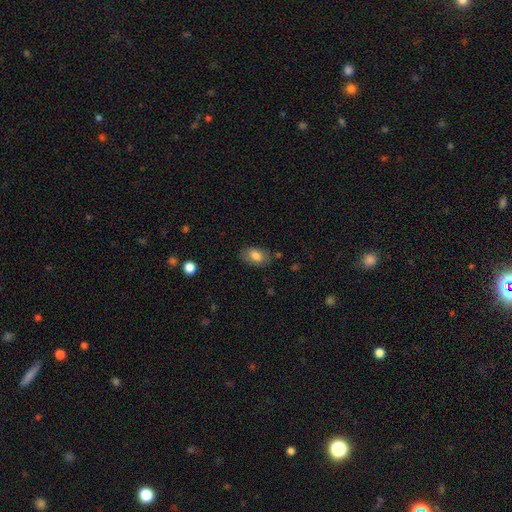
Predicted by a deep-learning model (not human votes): Smooth or featured? Predicted: smooth (p=0.81). How rounded? Predicted: in between (p=0.90). Merging? Predicted: none (p=0.77).